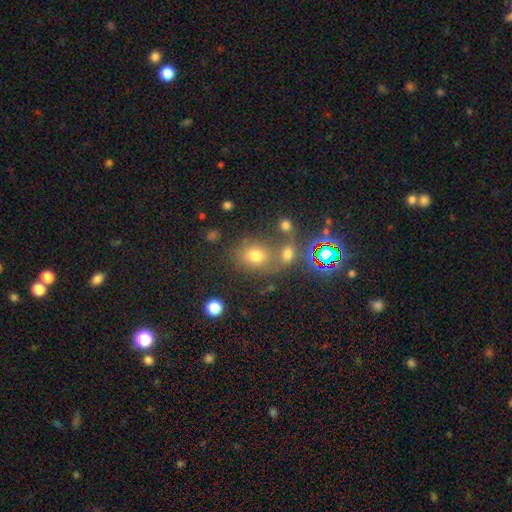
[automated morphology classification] type=smooth (60%); roundness=round (59%); merging=none (60%).